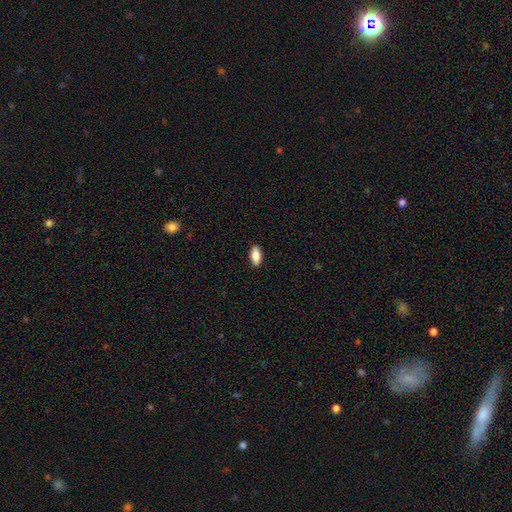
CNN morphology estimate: Smooth or featured? smooth (85%)
How rounded? in between (87%)
Merging? none (89%)